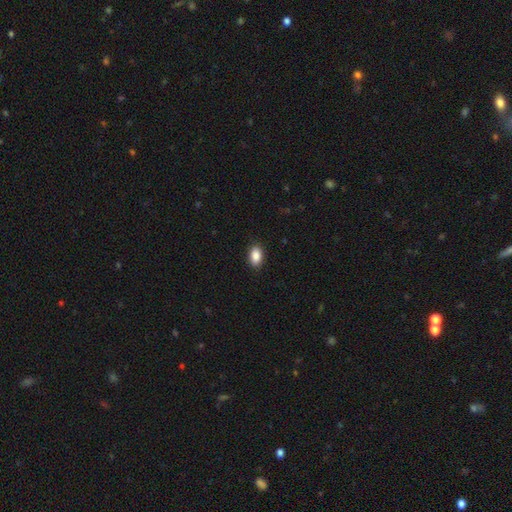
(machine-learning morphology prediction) Overall: smooth (89%). How rounded: in between (90%). Merging: none (89%).